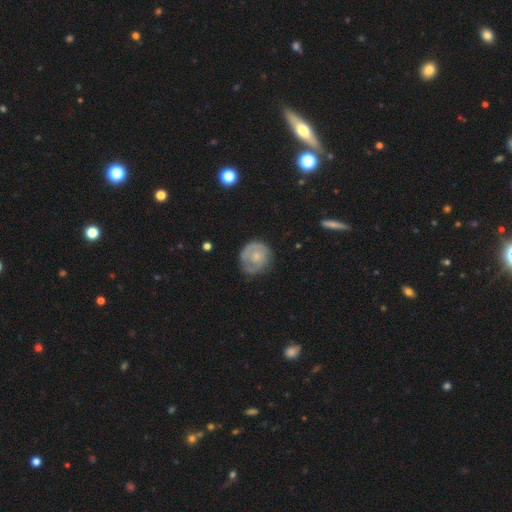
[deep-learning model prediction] Q: Smooth or featured?
A: featured or disk (49%); runner-up: smooth (45%)
Q: Merging?
A: none (63%); runner-up: minor disturbance (24%)